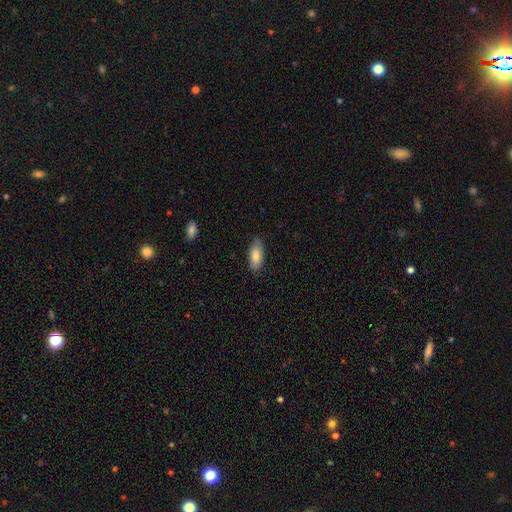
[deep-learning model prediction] This is clearly a smooth galaxy (81%). How rounded: clearly in between (82%). Merging: likely none (80%).